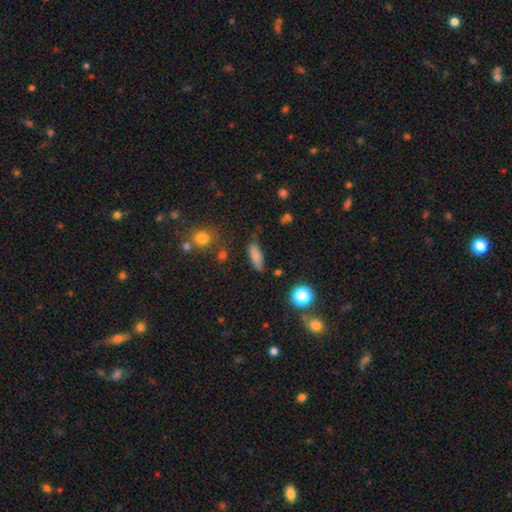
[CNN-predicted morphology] This appears to be a smooth galaxy with no disk features (81%) that is in between round and cigar-shaped (61%). Merging: none (72%).